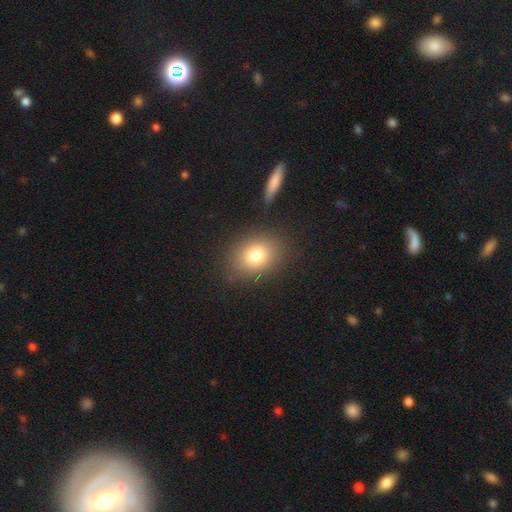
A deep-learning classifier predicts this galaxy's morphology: A smooth galaxy with no disk features (79%) that is in between round and cigar-shaped (57%). Merging: none (83%).